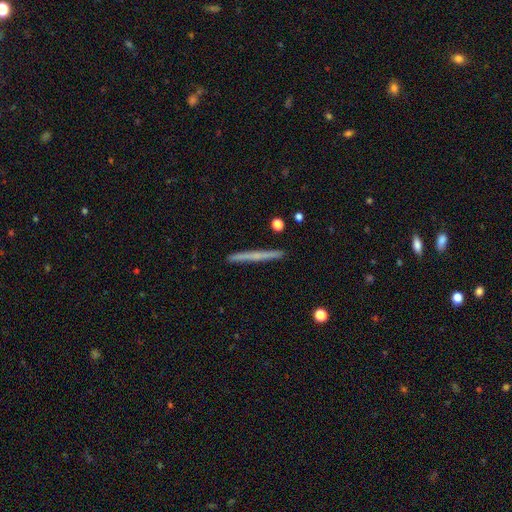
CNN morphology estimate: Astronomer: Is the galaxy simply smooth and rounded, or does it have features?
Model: smooth — 49% (runner-up: featured or disk, 44%).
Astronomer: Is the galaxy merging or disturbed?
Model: none — 91%.